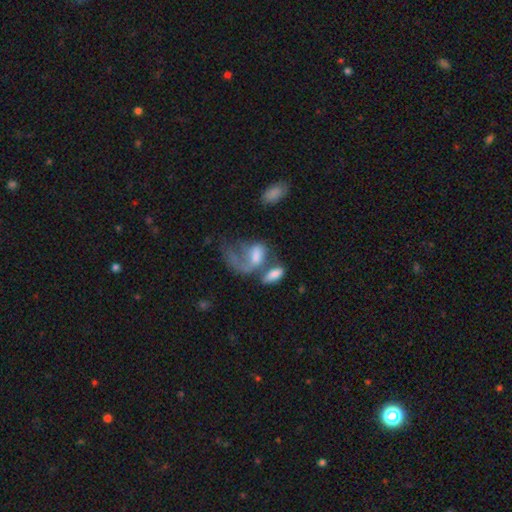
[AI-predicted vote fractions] Smooth or featured? smooth (46%)
Merging? merger (37%)